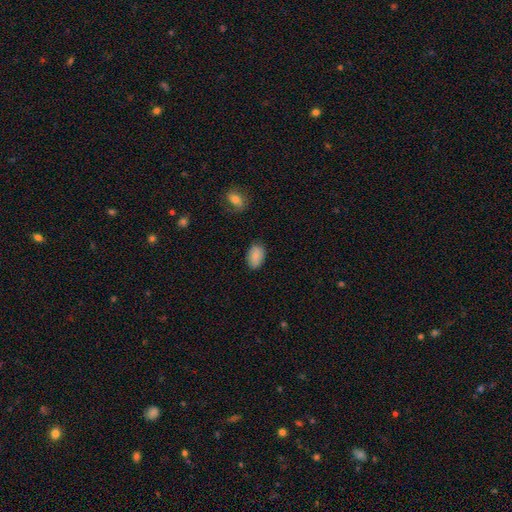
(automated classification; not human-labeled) Smooth or featured?
  - smooth: 85% *
  - star or artifact: 8%
  - featured or disk: 7%
How rounded?
  - in between: 90% *
  - round: 8%
  - cigar-shaped: 1%
Merging?
  - none: 83% *
  - minor disturbance: 13%
  - major disturbance: 3%
  - merger: 2%